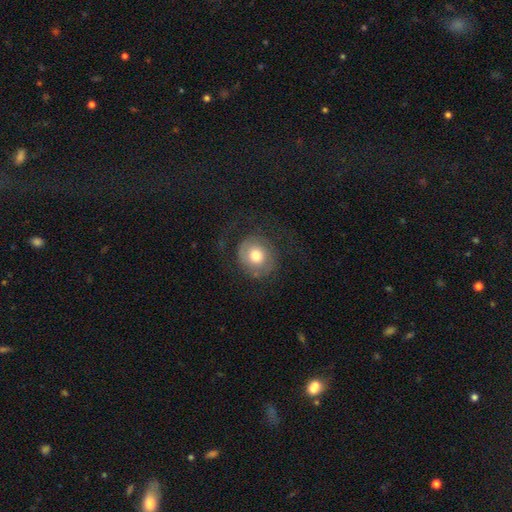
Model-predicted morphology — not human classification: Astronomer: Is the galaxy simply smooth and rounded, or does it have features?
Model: smooth — 67%.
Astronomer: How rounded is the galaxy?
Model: round — 85%.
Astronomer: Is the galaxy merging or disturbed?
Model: none — 65%.